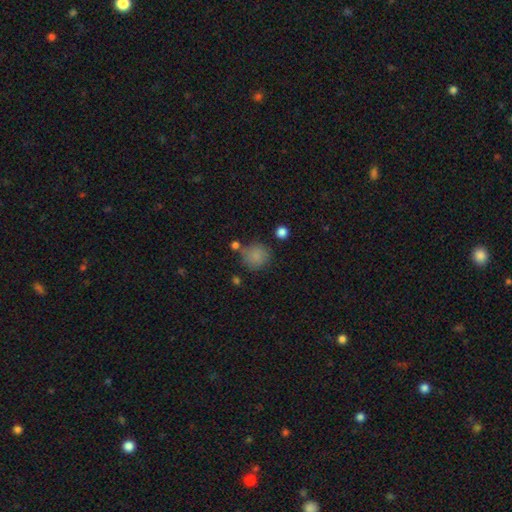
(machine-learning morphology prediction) Q: Smooth or featured?
A: smooth (84%); runner-up: star or artifact (10%)
Q: How rounded?
A: round (88%); runner-up: in between (11%)
Q: Merging?
A: none (71%); runner-up: minor disturbance (16%)